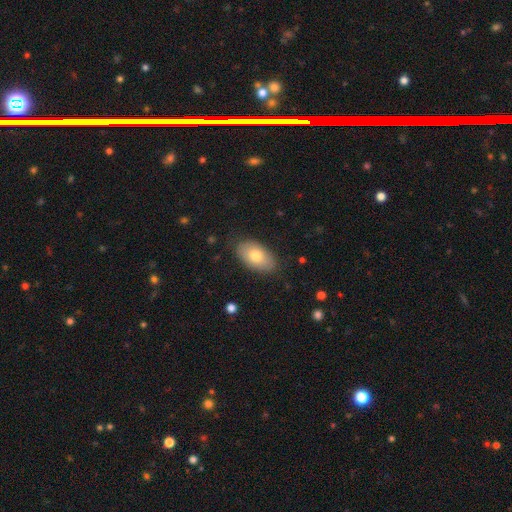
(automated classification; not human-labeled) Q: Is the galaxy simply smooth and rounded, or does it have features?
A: smooth — 74%.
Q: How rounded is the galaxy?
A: in between — 93%.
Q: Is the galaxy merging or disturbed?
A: none — 84%.